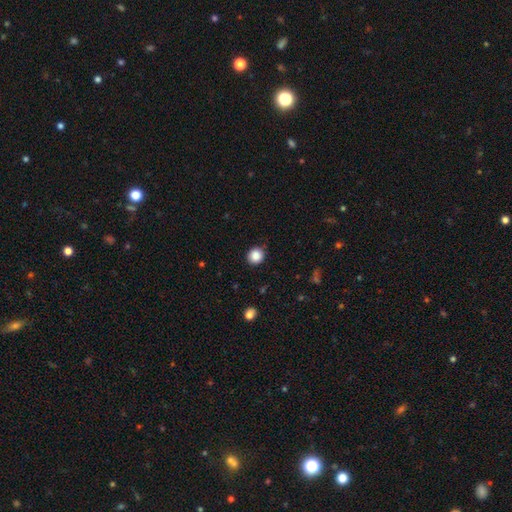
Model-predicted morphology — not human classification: smooth_or_featured: smooth (p=0.87) [alt: star or artifact p=0.10]
how_rounded: round (p=0.88) [alt: in between p=0.11]
merging: none (p=0.90) [alt: minor disturbance p=0.07]